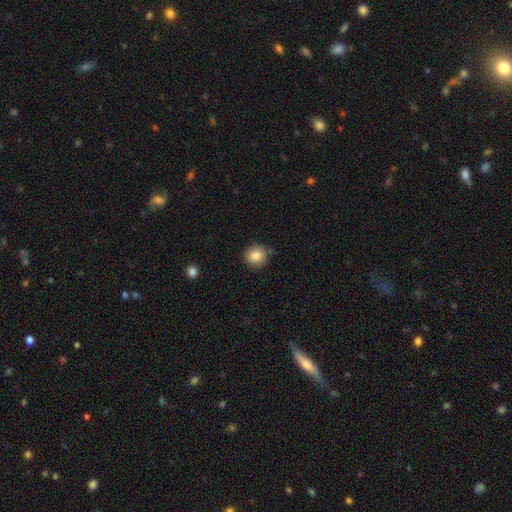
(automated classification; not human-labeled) A smooth galaxy with no disk features (83%) that is round (93%). Merging: none (78%).